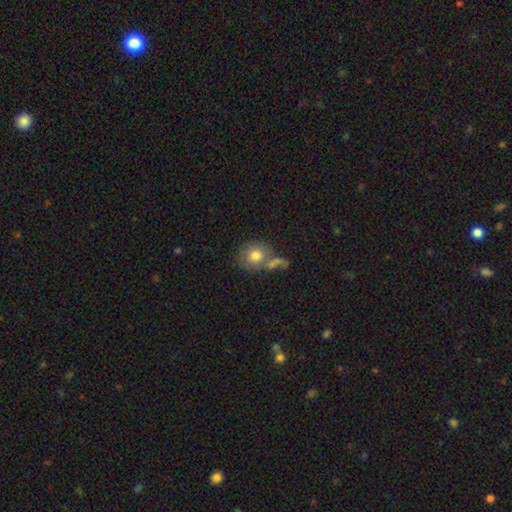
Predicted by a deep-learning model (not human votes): Smooth or featured? Predicted: smooth (p=0.72). How rounded? Predicted: round (p=0.73). Merging? Predicted: none (p=0.40).